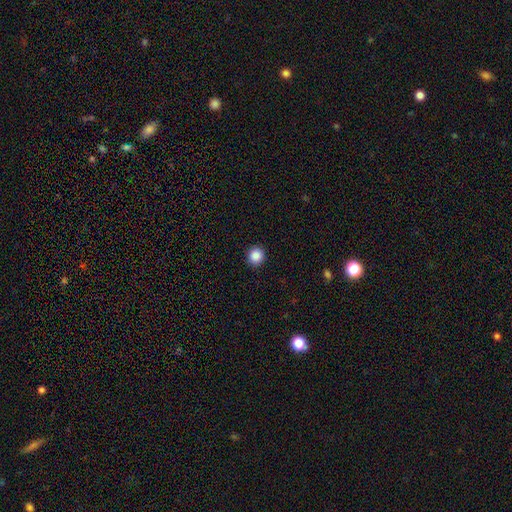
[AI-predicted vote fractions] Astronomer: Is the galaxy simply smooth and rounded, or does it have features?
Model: smooth — 87%.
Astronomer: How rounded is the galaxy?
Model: round — 93%.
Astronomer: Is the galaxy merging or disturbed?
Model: none — 93%.